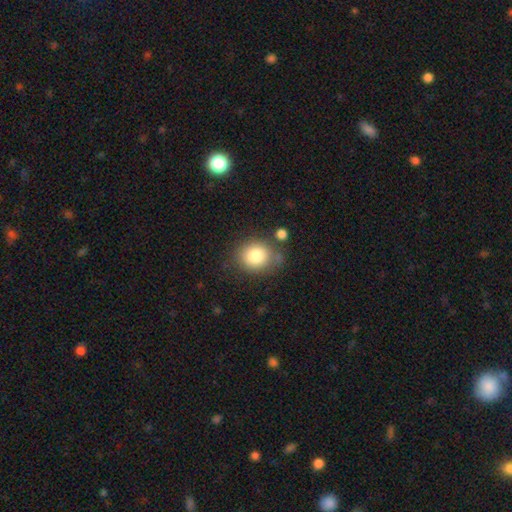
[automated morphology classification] A smooth galaxy with no disk features (82%) that is round (73%).

Vote fractions:
- Smooth or featured? smooth: 82% / star or artifact: 9% / featured or disk: 9%
- How rounded? round: 73% / in between: 26% / cigar-shaped: 1%
- Merging? none: 71% / minor disturbance: 16% / merger: 8% / major disturbance: 5%